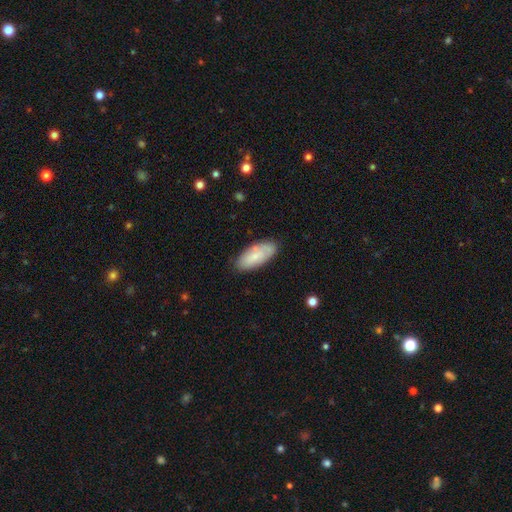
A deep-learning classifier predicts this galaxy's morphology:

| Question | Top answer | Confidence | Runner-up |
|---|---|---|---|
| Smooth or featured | smooth | 71% | featured or disk (22%) |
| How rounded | in between | 87% | cigar-shaped (12%) |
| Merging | none | 79% | minor disturbance (16%) |